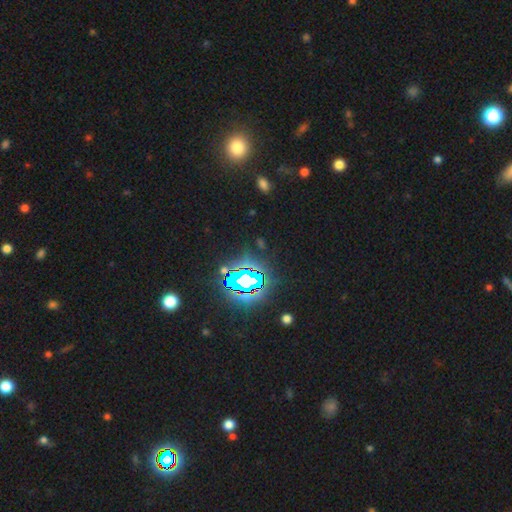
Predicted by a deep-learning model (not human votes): The model was most divided on "smooth or featured": star or artifact: 81%, smooth: 12%, featured or disk: 7%.